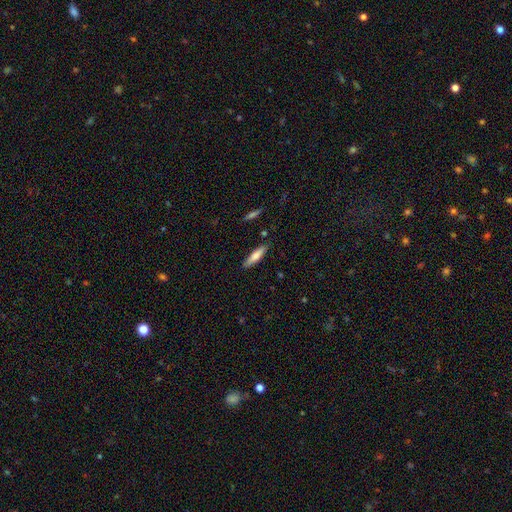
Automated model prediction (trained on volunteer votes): smooth-or-featured: smooth: 70% | featured or disk: 24% | star or artifact: 6%
  how-rounded: cigar-shaped: 76% | in between: 23% | round: 1%
  merging: none: 86% | minor disturbance: 10% | merger: 2% | major disturbance: 2%